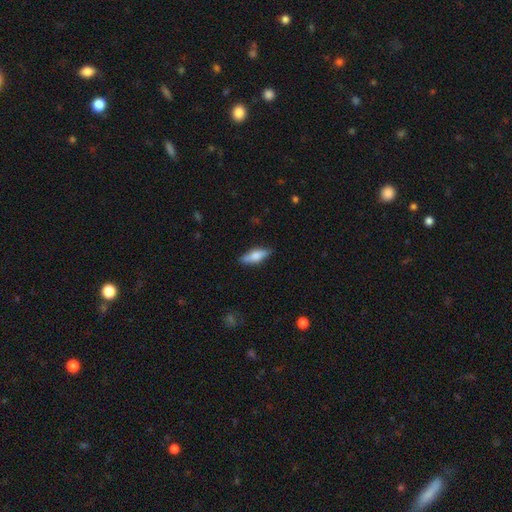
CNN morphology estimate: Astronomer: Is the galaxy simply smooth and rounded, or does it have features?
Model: smooth — 63%.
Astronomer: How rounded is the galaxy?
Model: in between — 57% (runner-up: cigar-shaped, 40%).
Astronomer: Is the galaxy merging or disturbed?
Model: none — 84%.